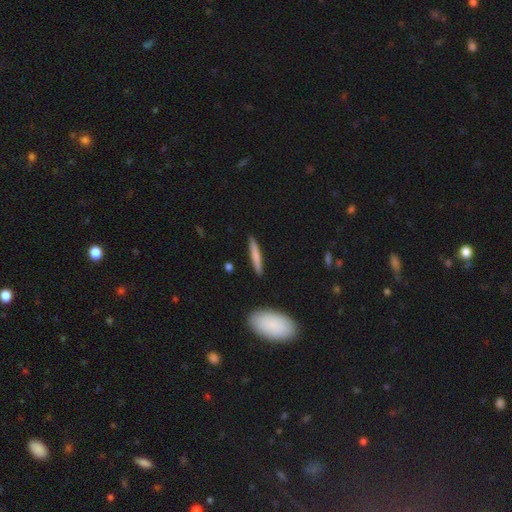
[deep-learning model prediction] Overall: smooth (69%). How rounded: cigar-shaped (94%). Merging: none (90%).